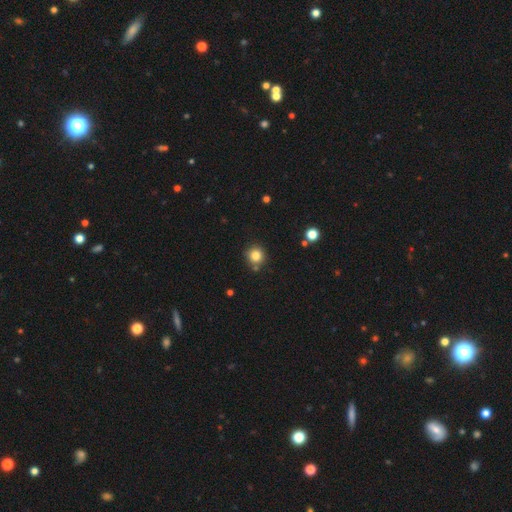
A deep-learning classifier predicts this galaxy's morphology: A smooth galaxy with no disk features (82%) that is round (93%). Merging: none (81%).